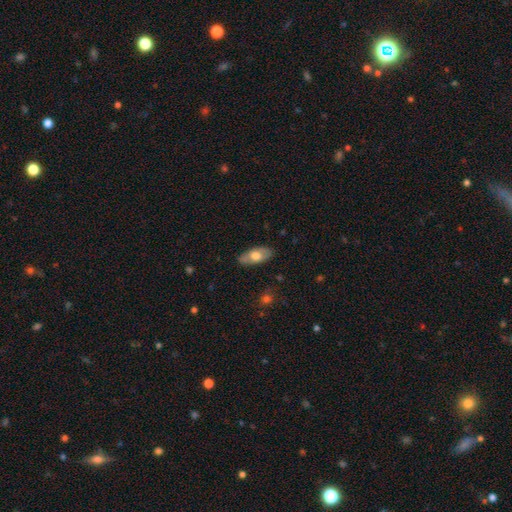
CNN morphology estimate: A smooth galaxy with no disk features (62%) that is in between round and cigar-shaped (89%). Merging: none (81%).